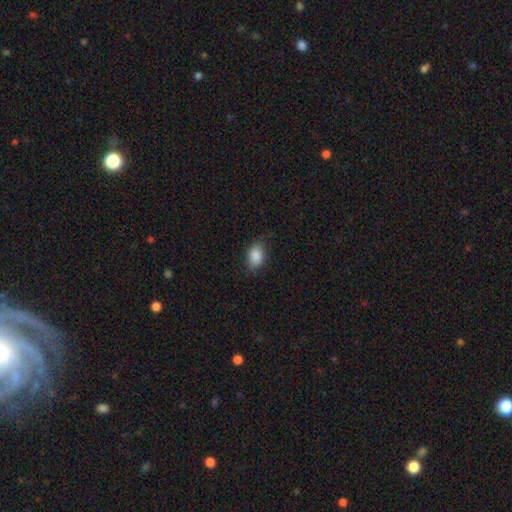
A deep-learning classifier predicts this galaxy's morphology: The model was most divided on "merging": none: 76%, minor disturbance: 19%, major disturbance: 4%, merger: 1%. More confident: smooth or featured — smooth (87%); how rounded — in between (85%).